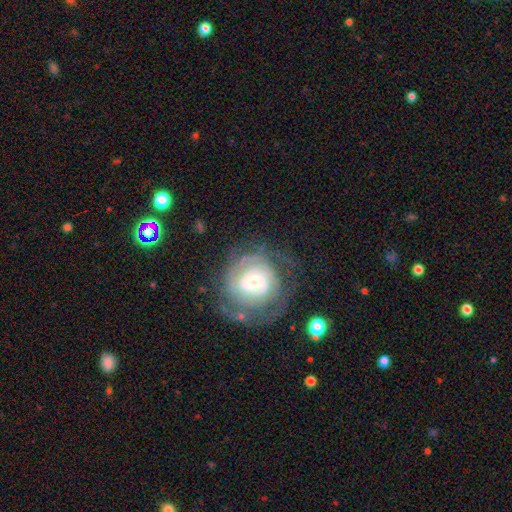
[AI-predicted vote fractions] Smooth or featured: featured or disk — 76% (smooth — 17%)
Edge-on disk: no — 97% (yes — 3%)
Bar: no — 45% (weak — 41%)
Spiral arms: yes — 86% (no — 14%)
Spiral winding: tight — 70% (medium — 23%)
Spiral arm count: can't tell — 45% (2 — 28%)
Bulge size: small — 48% (moderate — 37%)
Merging: none — 70% (minor disturbance — 16%)